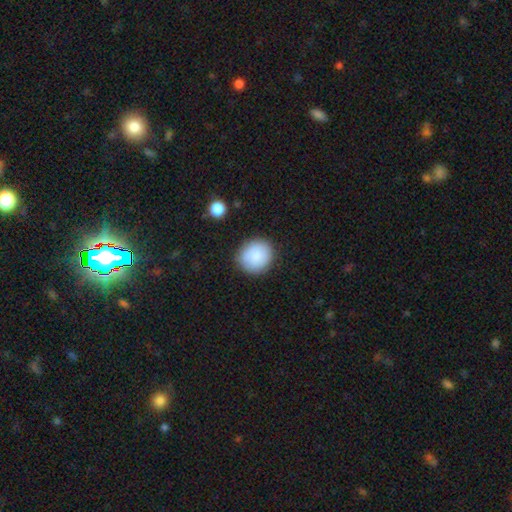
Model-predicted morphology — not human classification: A smooth galaxy with no disk features (84%) that is round (84%). Merging: none (82%).